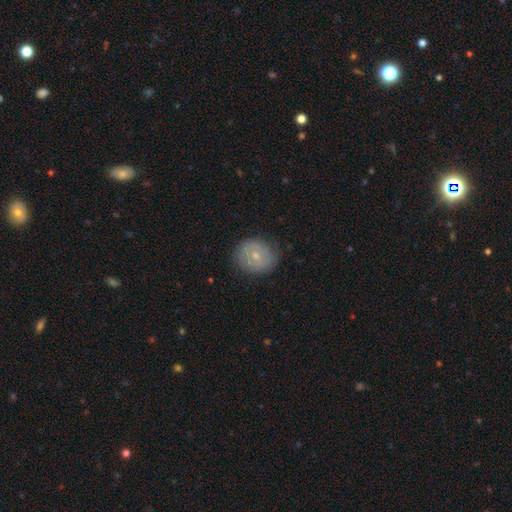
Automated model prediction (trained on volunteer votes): smooth_or_featured: smooth (p=0.54) [alt: featured or disk p=0.37]
how_rounded: round (p=0.73) [alt: in between p=0.26]
merging: none (p=0.80) [alt: minor disturbance p=0.15]